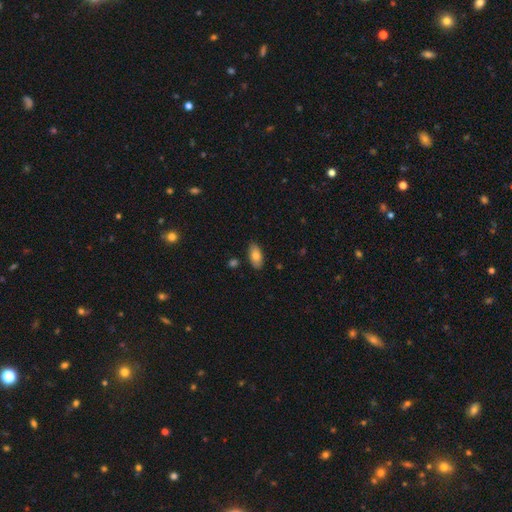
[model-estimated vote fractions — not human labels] smooth 76%, featured or disk 17%, star or artifact 7%. Down the decision tree: how rounded — in between (93%); merging — none (85%).